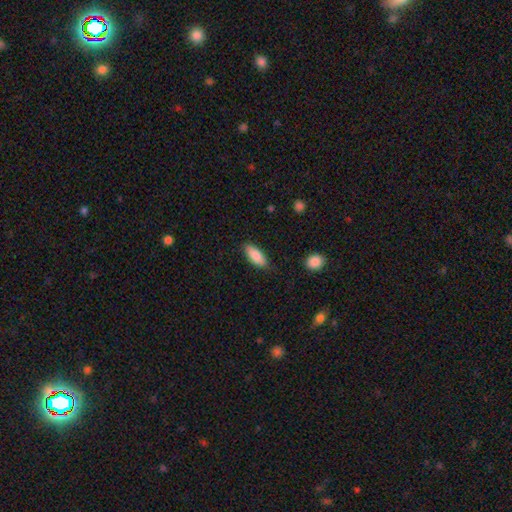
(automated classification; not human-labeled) Overall: smooth (83%). How rounded: in between (77%). Merging: none (83%).